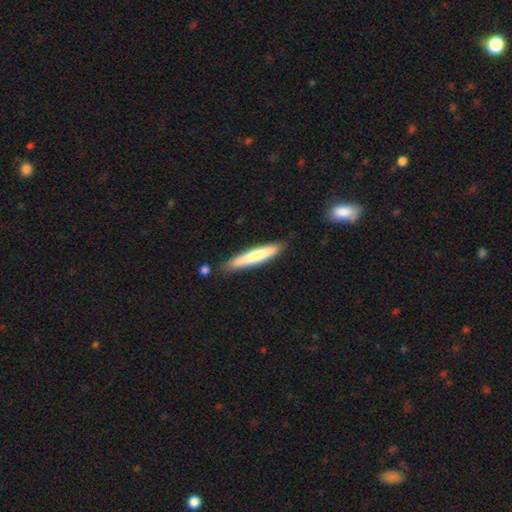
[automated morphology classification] The model was most divided on "smooth or featured": smooth: 70%, featured or disk: 24%, star or artifact: 5%. More confident: how rounded — cigar-shaped (93%); merging — none (84%).